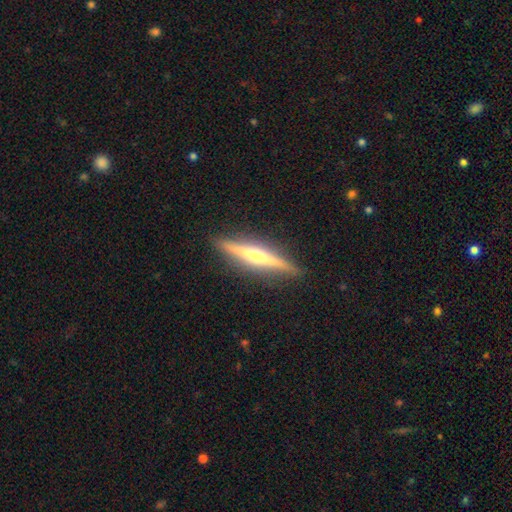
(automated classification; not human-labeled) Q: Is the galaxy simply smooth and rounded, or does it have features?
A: featured or disk — 71%.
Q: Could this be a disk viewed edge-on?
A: yes — 97%.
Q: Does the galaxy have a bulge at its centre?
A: rounded — 83%.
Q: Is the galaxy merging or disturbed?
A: none — 90%.